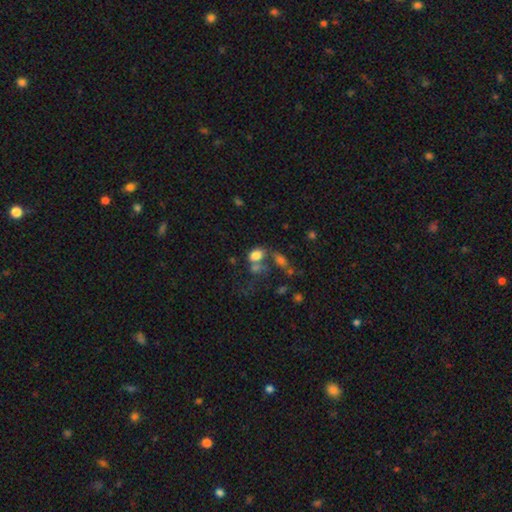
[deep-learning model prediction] Smooth or featured? Predicted: smooth (p=0.77). How rounded? Predicted: in between (p=0.79). Merging? Predicted: merger (p=0.38, tied with none).